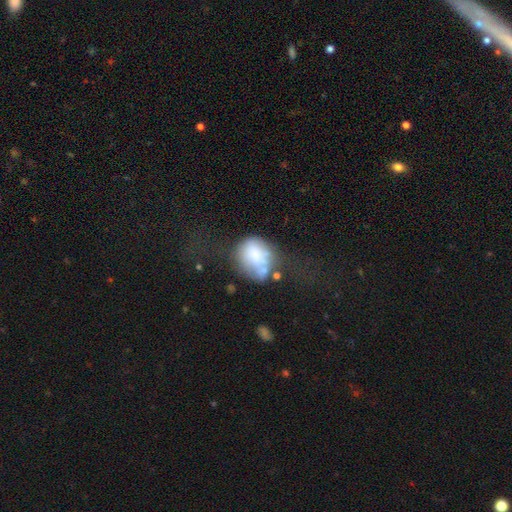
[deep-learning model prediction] A smooth galaxy with no disk features (58%) that is round (51%).

Vote fractions:
- Smooth or featured? smooth: 58% / featured or disk: 32% / star or artifact: 11%
- How rounded? round: 51% / in between: 48% / cigar-shaped: 1%
- Merging? none: 30% / major disturbance: 26% / minor disturbance: 23% / merger: 21%